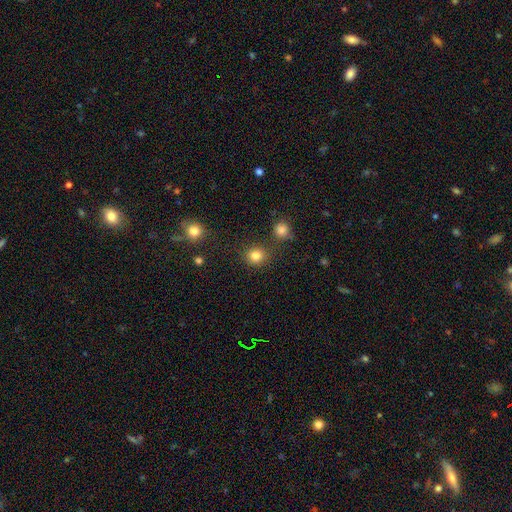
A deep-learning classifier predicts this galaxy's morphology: Smooth or featured?
  - smooth: 83% *
  - star or artifact: 13%
  - featured or disk: 5%
How rounded?
  - round: 87% *
  - in between: 13%
  - cigar-shaped: 1%
Merging?
  - none: 83% *
  - minor disturbance: 8%
  - merger: 6%
  - major disturbance: 3%